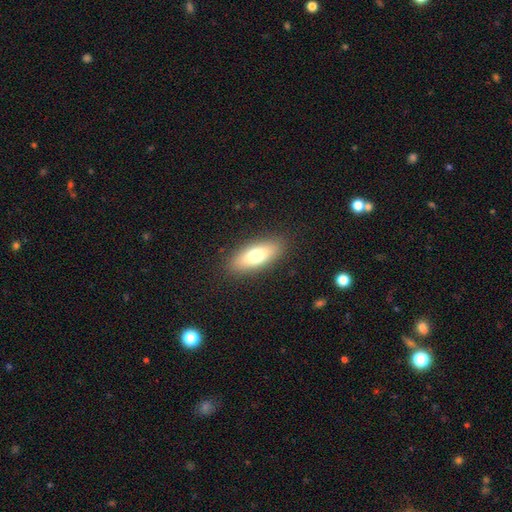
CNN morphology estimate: smooth 73%, featured or disk 20%, star or artifact 8%. Down the decision tree: how rounded — in between (73%); merging — none (88%).